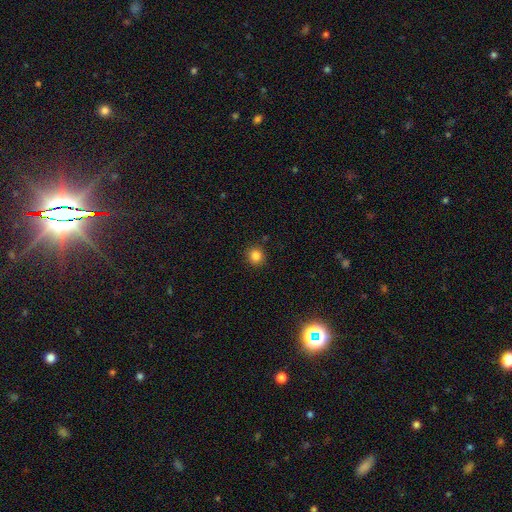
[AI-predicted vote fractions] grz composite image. It shows a smooth galaxy with no disk features (84%) that is round (91%). Merging: none (91%).